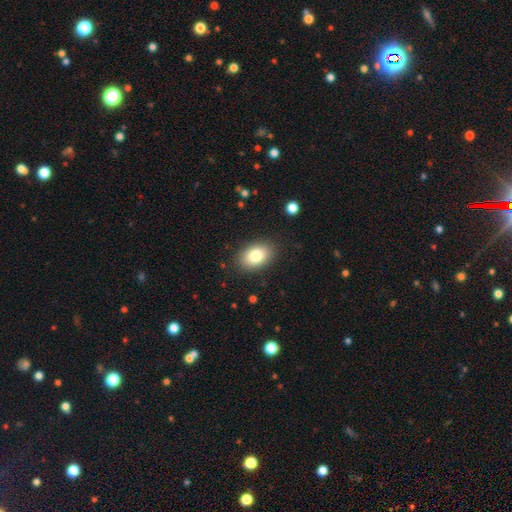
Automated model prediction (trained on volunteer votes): Smooth or featured?
  - smooth: 82% *
  - featured or disk: 10%
  - star or artifact: 8%
How rounded?
  - in between: 86% *
  - round: 13%
  - cigar-shaped: 1%
Merging?
  - none: 86% *
  - minor disturbance: 10%
  - major disturbance: 3%
  - merger: 1%